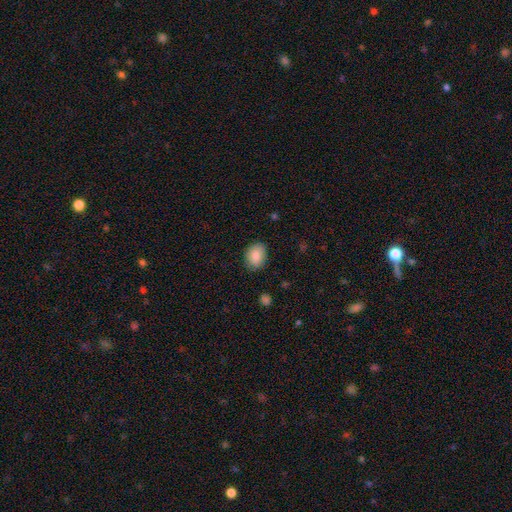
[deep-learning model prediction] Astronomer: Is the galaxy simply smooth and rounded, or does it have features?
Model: smooth — 86%.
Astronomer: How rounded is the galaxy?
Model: in between — 62%.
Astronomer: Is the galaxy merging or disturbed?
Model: none — 85%.